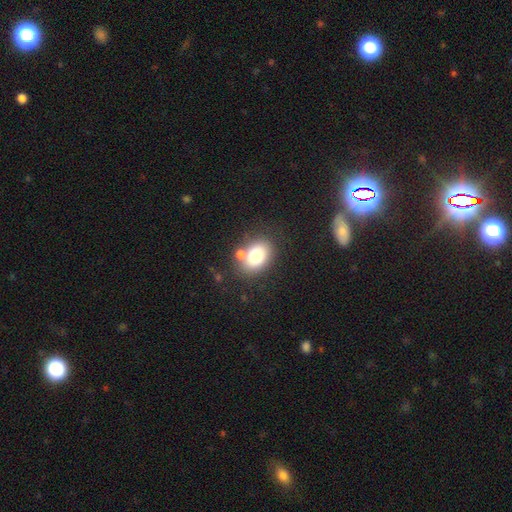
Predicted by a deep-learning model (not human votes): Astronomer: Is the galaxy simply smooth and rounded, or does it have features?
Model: smooth — 76%.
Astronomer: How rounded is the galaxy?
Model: in between — 68%.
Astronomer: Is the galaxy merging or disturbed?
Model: none — 66%.